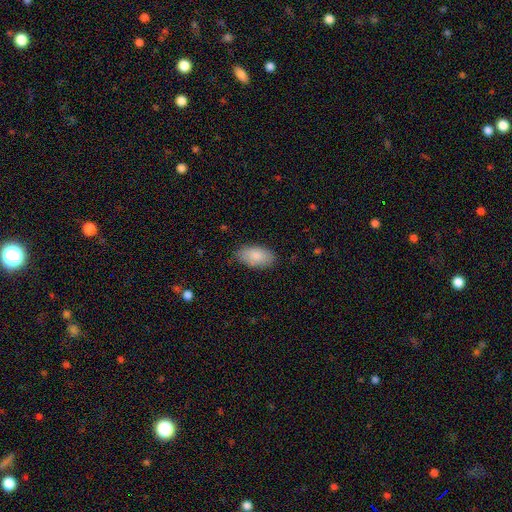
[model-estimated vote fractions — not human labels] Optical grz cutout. It shows a smooth galaxy with no disk features (86%) that is in between round and cigar-shaped (95%). Merging: none (80%).